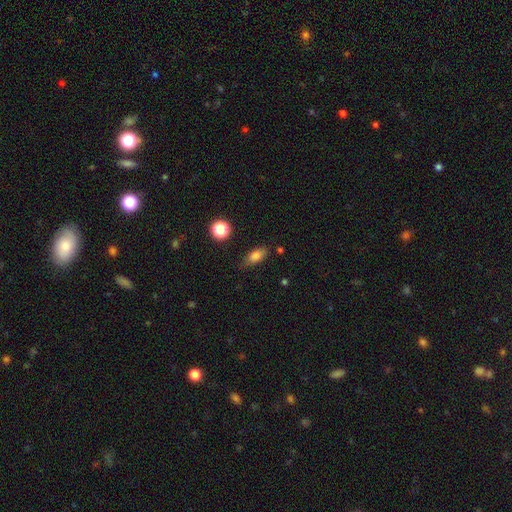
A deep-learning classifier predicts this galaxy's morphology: smooth_or_featured: smooth (p=0.80) [alt: star or artifact p=0.10]
how_rounded: in between (p=0.82) [alt: cigar-shaped p=0.10]
merging: none (p=0.74) [alt: minor disturbance p=0.19]